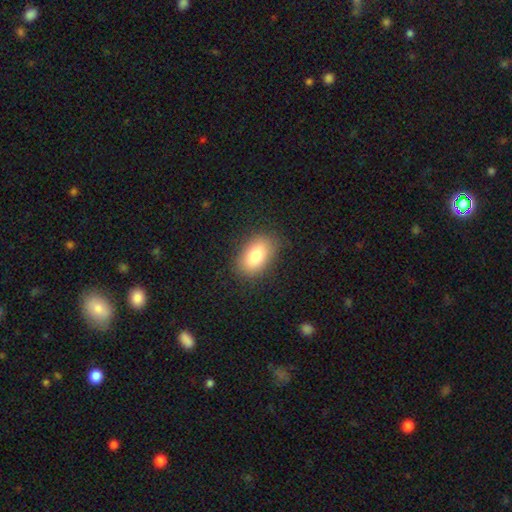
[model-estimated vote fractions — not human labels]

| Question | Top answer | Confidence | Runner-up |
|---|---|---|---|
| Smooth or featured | smooth | 82% | featured or disk (10%) |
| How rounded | in between | 91% | round (7%) |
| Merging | none | 86% | minor disturbance (10%) |